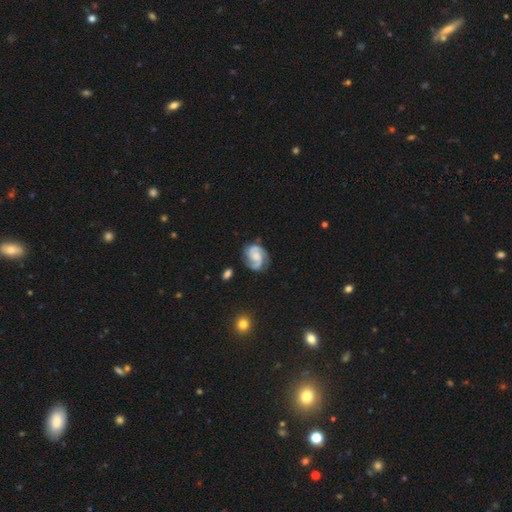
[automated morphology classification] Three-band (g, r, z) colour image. It shows a featured or disk galaxy (84%) with no bar (53%), 2 (84%) medium (50%) spiral arms (97%) and a moderate central bulge (32%). Merging: none (74%).